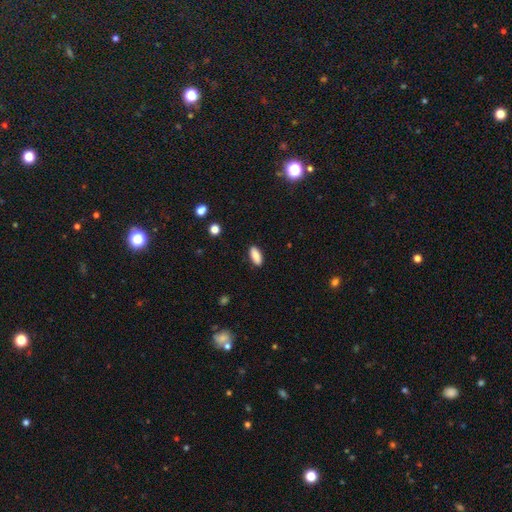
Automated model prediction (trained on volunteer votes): Smooth or featured? Predicted: smooth (p=0.88). How rounded? Predicted: in between (p=0.80). Merging? Predicted: none (p=0.89).